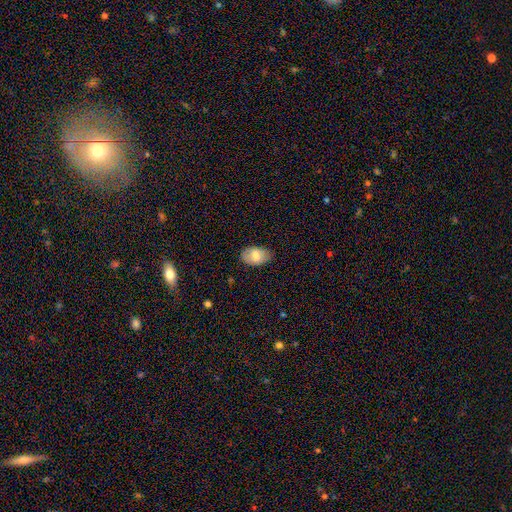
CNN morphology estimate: The model was most divided on "smooth or featured": smooth: 74%, featured or disk: 19%, star or artifact: 7%. More confident: how rounded — in between (90%); merging — none (82%).